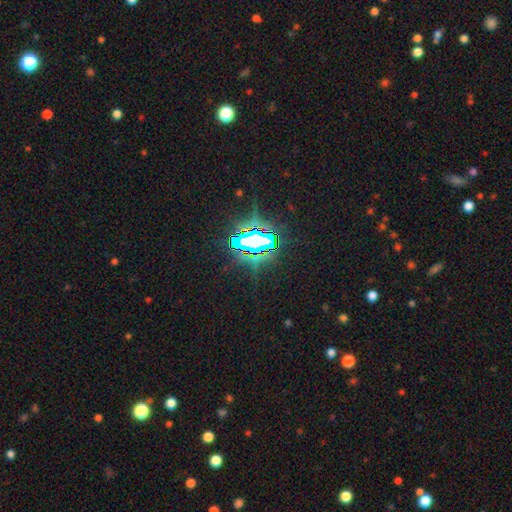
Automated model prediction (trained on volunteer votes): Overall: star or artifact (78%).